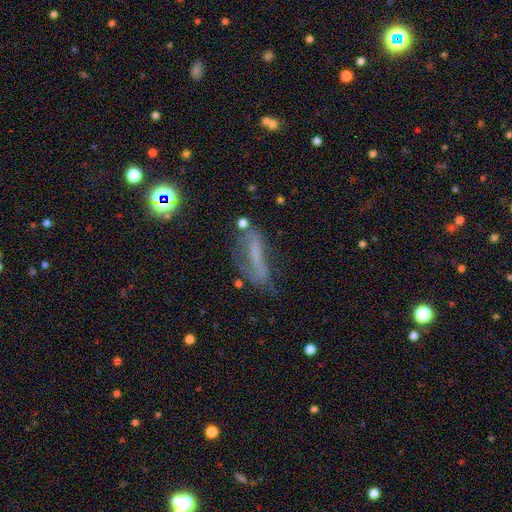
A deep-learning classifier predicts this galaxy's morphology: The model was most divided on "smooth or featured": featured or disk: 41%, smooth: 36%, star or artifact: 23%. Remaining: merging — none (42%).